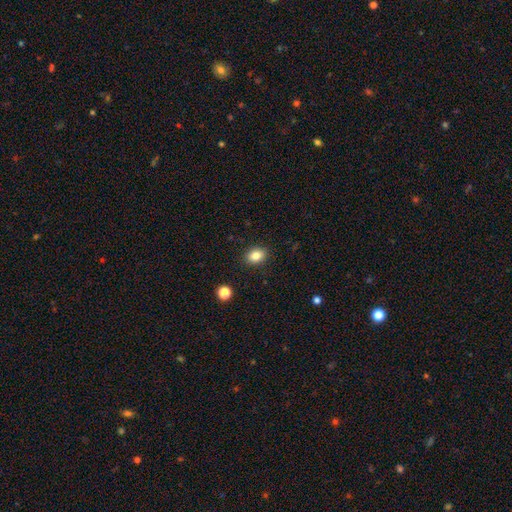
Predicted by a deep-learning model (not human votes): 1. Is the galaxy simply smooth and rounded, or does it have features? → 84% smooth, 10% star or artifact, 6% featured or disk.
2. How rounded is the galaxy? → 68% in between, 31% round, 1% cigar-shaped.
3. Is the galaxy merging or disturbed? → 89% none, 8% minor disturbance, 2% major disturbance, 1% merger.